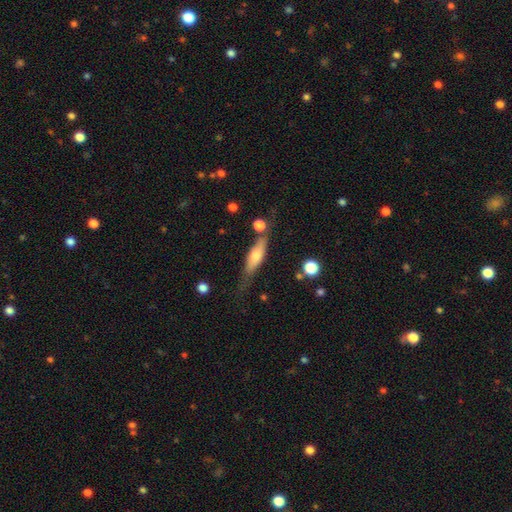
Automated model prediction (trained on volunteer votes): Overall: smooth (49%; featured or disk 44%). Merging: none (60%; minor disturbance 25%).